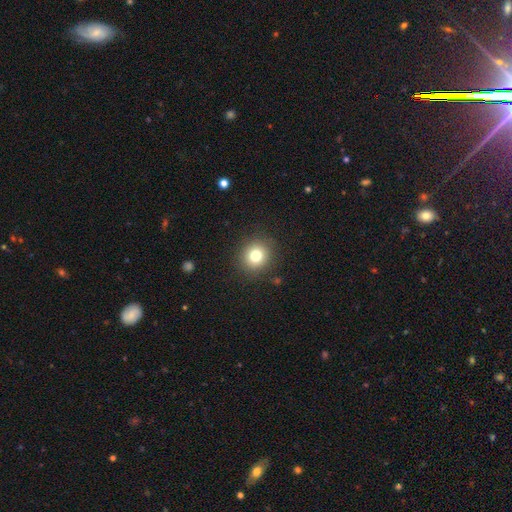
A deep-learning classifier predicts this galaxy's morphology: Overall: smooth (79%). How rounded: round (86%). Merging: none (90%).